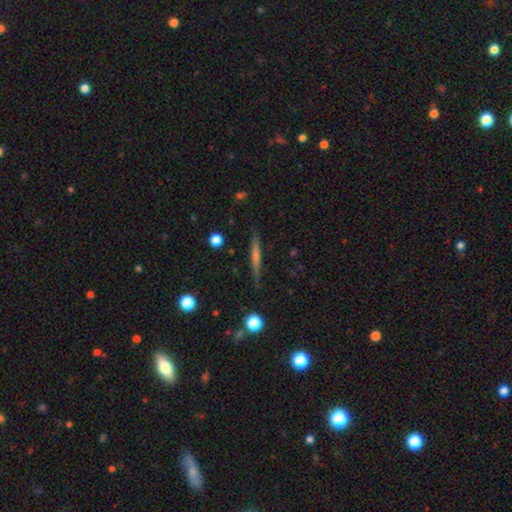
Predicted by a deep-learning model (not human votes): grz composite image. It shows a featured or disk galaxy (51%) viewed edge-on (96%). Merging: none (87%).